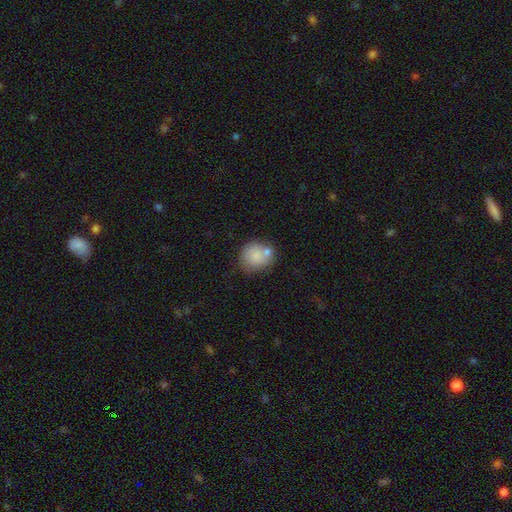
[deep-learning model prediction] Smooth or featured? Predicted: smooth (p=0.81). How rounded? Predicted: round (p=0.82). Merging? Predicted: none (p=0.56).